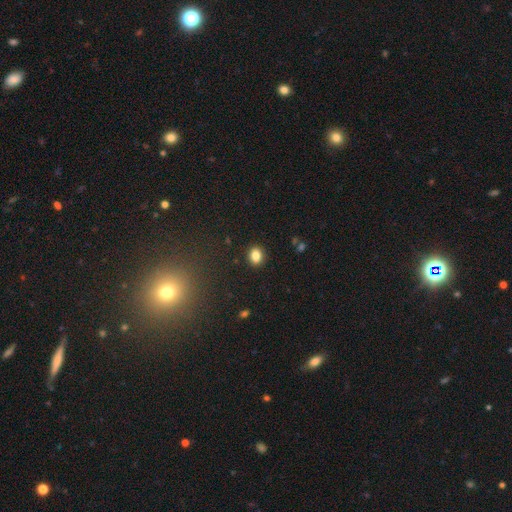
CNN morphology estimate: type=smooth (84%); roundness=in between (55%); merging=none (90%).